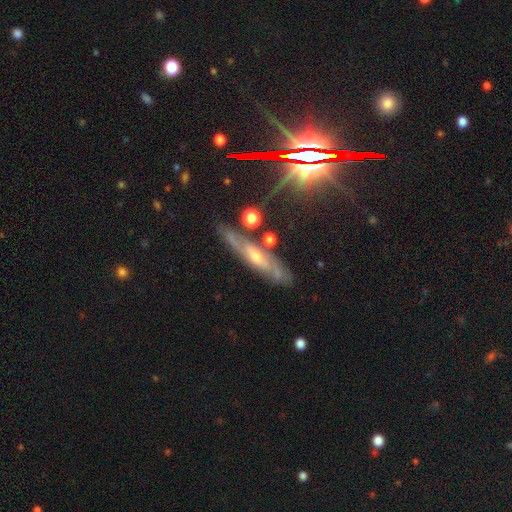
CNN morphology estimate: Smooth or featured? Predicted: featured or disk (p=0.55). Edge-on disk? Predicted: yes (p=0.70). Merging? Predicted: none (p=0.72).